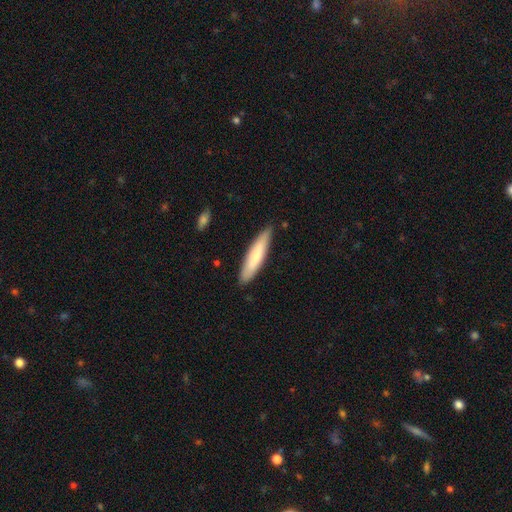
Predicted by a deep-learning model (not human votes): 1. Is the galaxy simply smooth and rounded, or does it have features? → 71% smooth, 23% featured or disk, 5% star or artifact.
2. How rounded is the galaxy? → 85% cigar-shaped, 14% in between, 1% round.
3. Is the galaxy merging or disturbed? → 86% none, 12% minor disturbance, 2% major disturbance, 1% merger.